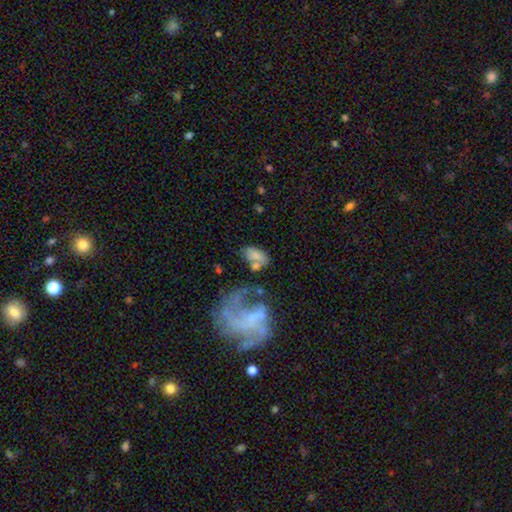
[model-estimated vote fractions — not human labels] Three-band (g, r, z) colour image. It shows a smooth galaxy with no disk features (61%) that is in between round and cigar-shaped (90%). Merging: none (36%).